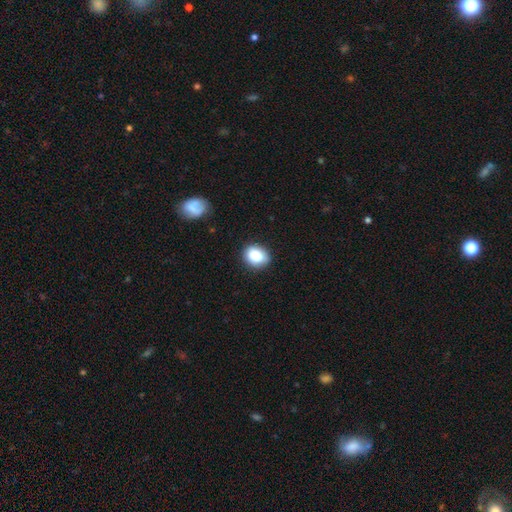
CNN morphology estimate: A smooth galaxy with no disk features (82%) that is round (52%).

Vote fractions:
- Smooth or featured? smooth: 82% / star or artifact: 9% / featured or disk: 8%
- How rounded? round: 52% / in between: 47% / cigar-shaped: 1%
- Merging? none: 84% / minor disturbance: 12% / major disturbance: 2% / merger: 1%